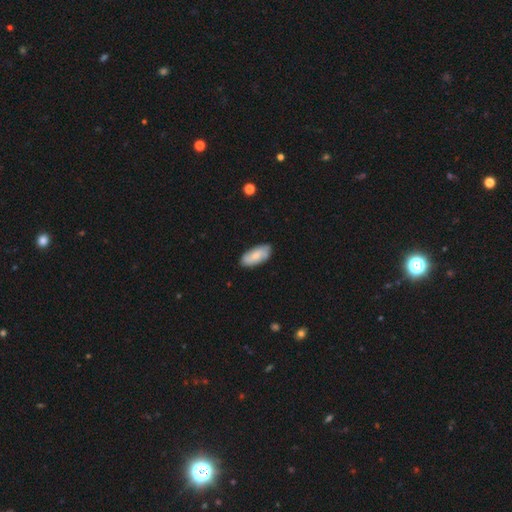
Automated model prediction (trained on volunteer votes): Smooth or featured?
  - smooth: 69% *
  - featured or disk: 25%
  - star or artifact: 6%
How rounded?
  - in between: 87% *
  - cigar-shaped: 11%
  - round: 2%
Merging?
  - none: 83% *
  - minor disturbance: 13%
  - major disturbance: 2%
  - merger: 1%